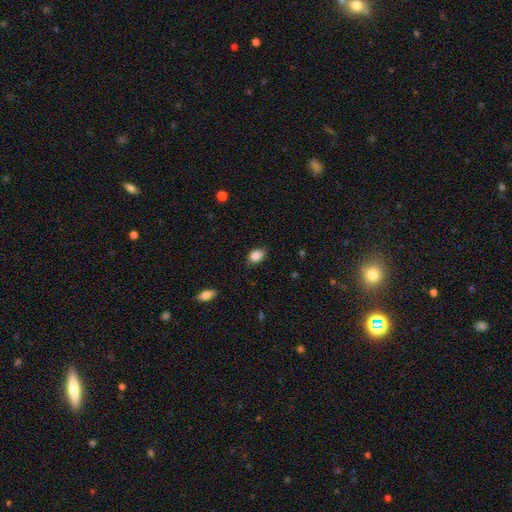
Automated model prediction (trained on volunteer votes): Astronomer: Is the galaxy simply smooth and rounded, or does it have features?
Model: smooth — 87%.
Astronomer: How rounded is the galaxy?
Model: in between — 75%.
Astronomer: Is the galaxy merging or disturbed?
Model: none — 74%.